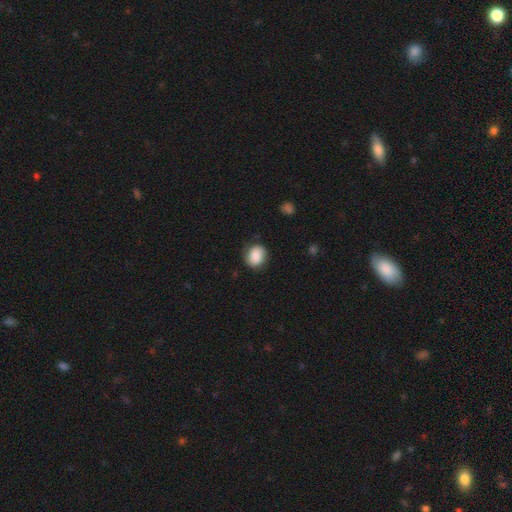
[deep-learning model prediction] This appears to be a smooth galaxy with no disk features (83%) that is round (67%). Merging: none (80%).